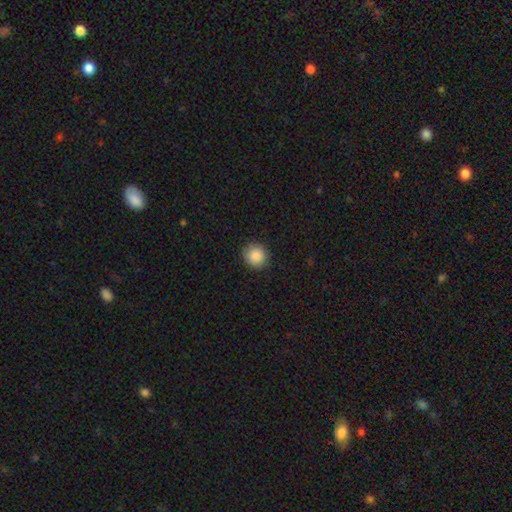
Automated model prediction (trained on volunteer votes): Smooth or featured?
  - smooth: 89% *
  - star or artifact: 8%
  - featured or disk: 3%
How rounded?
  - round: 89% *
  - in between: 10%
  - cigar-shaped: 1%
Merging?
  - none: 89% *
  - minor disturbance: 8%
  - major disturbance: 2%
  - merger: 1%